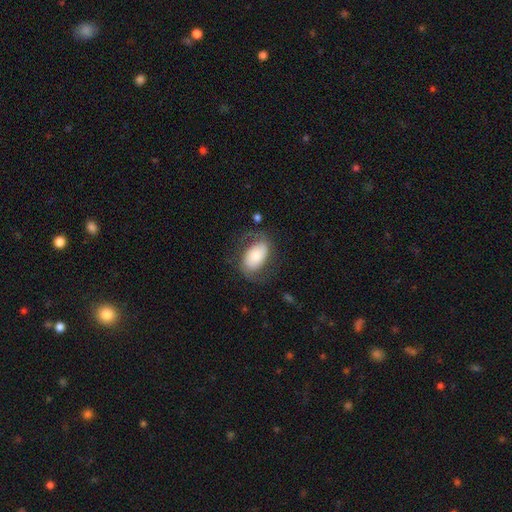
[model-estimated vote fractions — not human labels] Smooth or featured: smooth — 53% (featured or disk — 40%)
How rounded: in between — 92% (round — 7%)
Merging: none — 62% (minor disturbance — 20%)